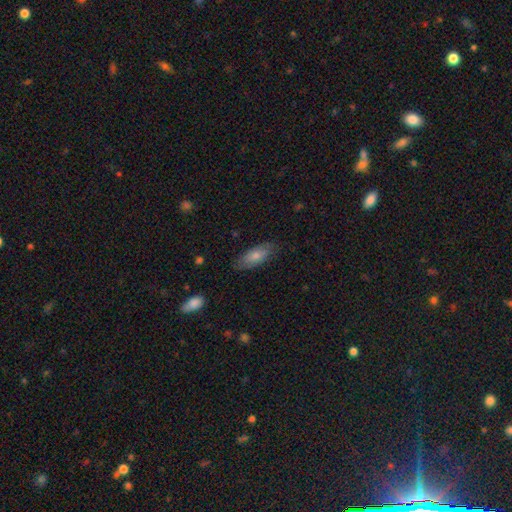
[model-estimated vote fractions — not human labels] Q: Smooth or featured?
A: smooth (73%); runner-up: featured or disk (21%)
Q: How rounded?
A: in between (81%); runner-up: cigar-shaped (17%)
Q: Merging?
A: none (80%); runner-up: minor disturbance (16%)